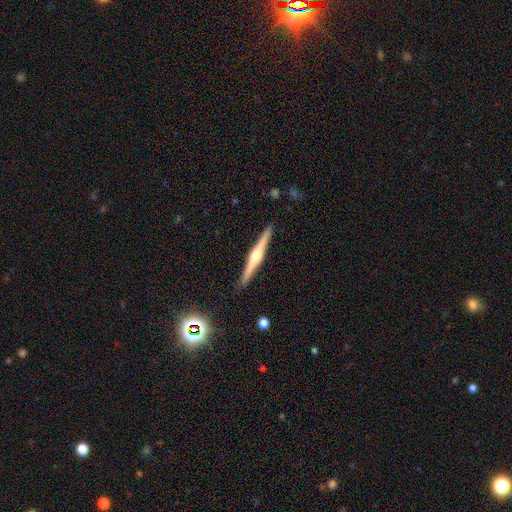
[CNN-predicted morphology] smooth_or_featured: featured or disk (p=0.77) [alt: smooth p=0.17]
disk_edge_on: yes (p=0.99) [alt: no p=0.01]
edge_on_bulge: rounded (p=0.86) [alt: boxy p=0.09]
merging: none (p=0.91) [alt: minor disturbance p=0.06]